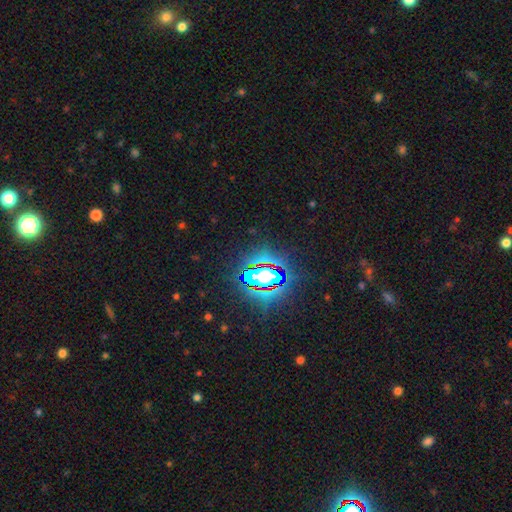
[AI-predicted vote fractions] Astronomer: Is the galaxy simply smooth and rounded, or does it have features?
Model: star or artifact — 84%.